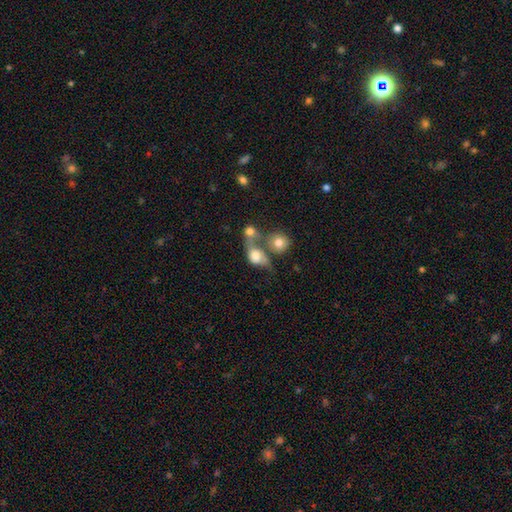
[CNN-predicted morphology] Smooth or featured? smooth (64%)
How rounded? round (49%, tied with in between)
Merging? merger (57%)